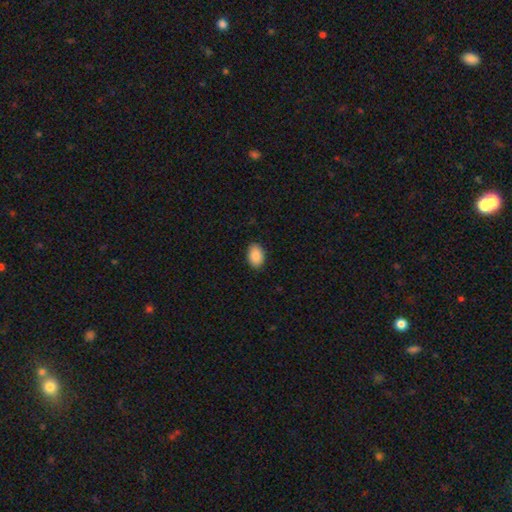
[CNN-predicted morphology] A smooth galaxy with no disk features (90%) that is in between round and cigar-shaped (86%). Merging: none (89%).